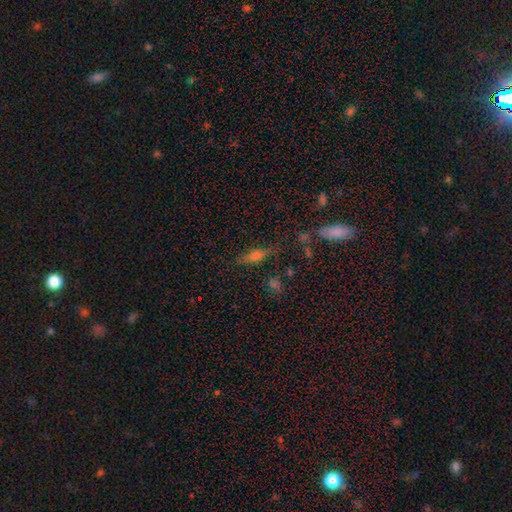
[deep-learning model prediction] smooth 47%, featured or disk 35%, star or artifact 18%. Down the decision tree: merging — none (75%).